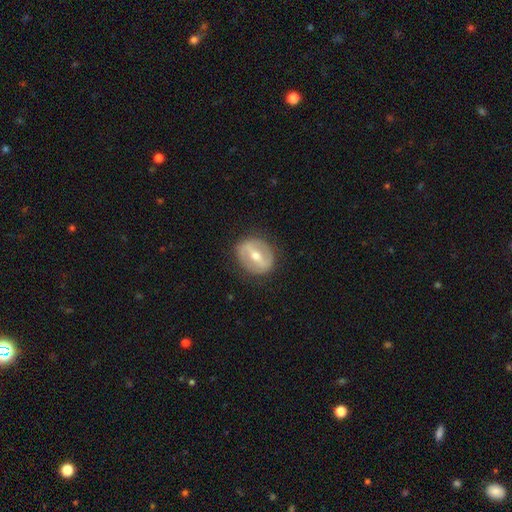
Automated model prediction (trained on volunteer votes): Morphology: type=featured or disk (72%); edge-on=no (91%); bar=strong (70%); spiral arms=no (67%); bulge=moderate (64%); merging=none (85%).